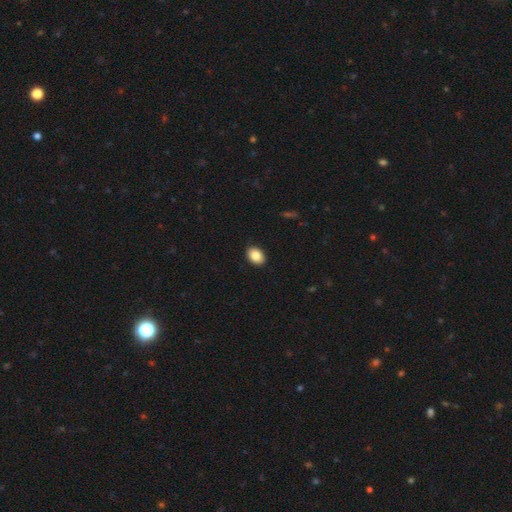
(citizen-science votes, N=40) Overall: smooth (85%). How rounded: in between (94%). Merging: none (92%).